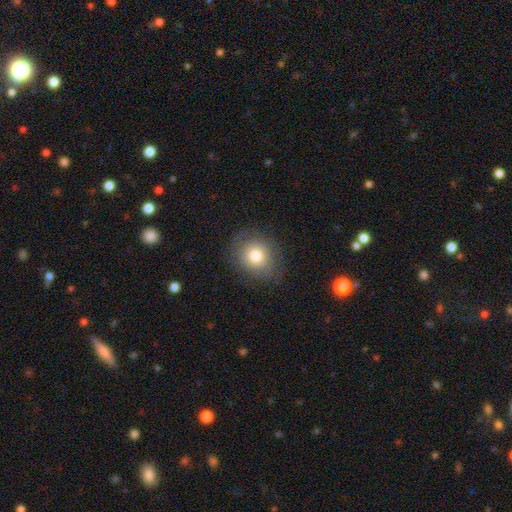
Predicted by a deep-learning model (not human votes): Q: Smooth or featured?
A: smooth (76%); runner-up: featured or disk (13%)
Q: How rounded?
A: round (75%); runner-up: in between (24%)
Q: Merging?
A: none (82%); runner-up: minor disturbance (12%)